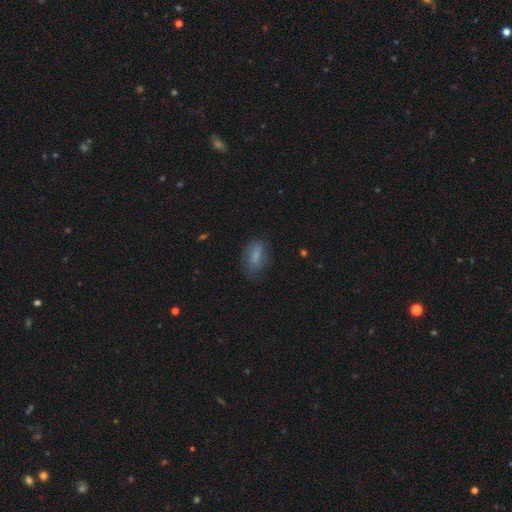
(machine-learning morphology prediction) A smooth galaxy with no disk features (76%) that is in between round and cigar-shaped (82%). Merging: none (69%).